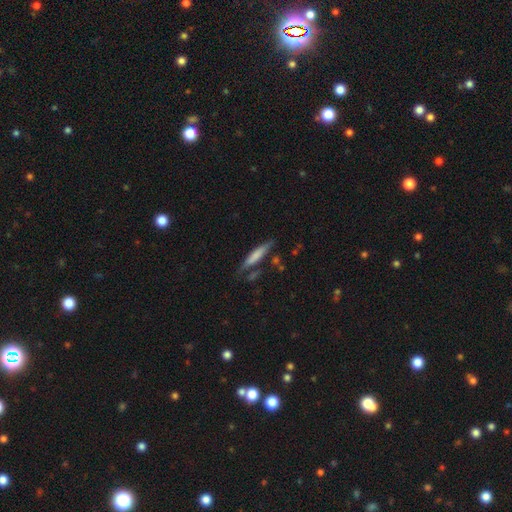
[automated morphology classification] The model was most divided on "smooth or featured": smooth: 64%, featured or disk: 30%, star or artifact: 6%. More confident: how rounded — cigar-shaped (87%); merging — none (70%).